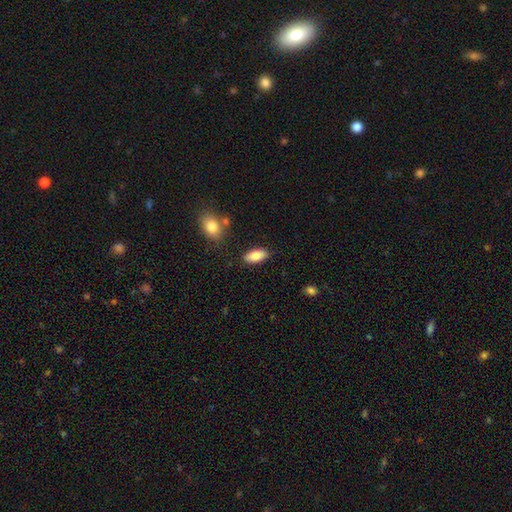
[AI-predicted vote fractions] Smooth or featured? Predicted: smooth (p=0.84). How rounded? Predicted: in between (p=0.89). Merging? Predicted: none (p=0.85).